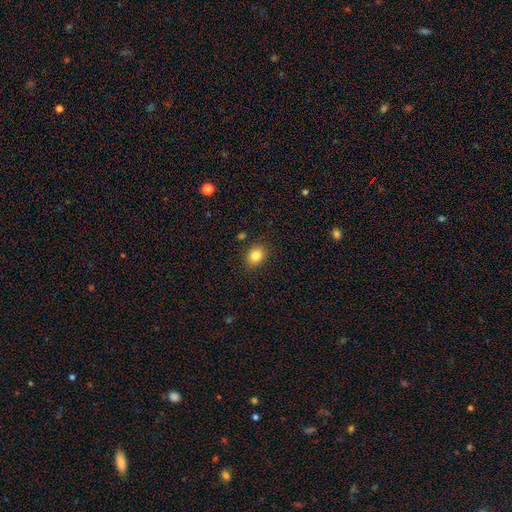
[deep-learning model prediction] smooth-or-featured: smooth: 83% | star or artifact: 11% | featured or disk: 7%
  how-rounded: round: 58% | in between: 42% | cigar-shaped: 1%
  merging: none: 87% | minor disturbance: 9% | major disturbance: 2% | merger: 2%